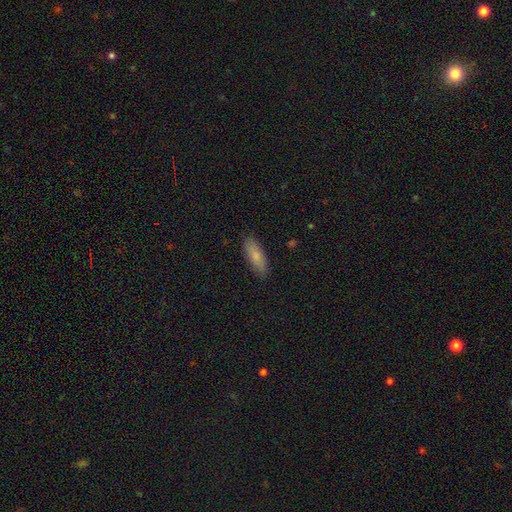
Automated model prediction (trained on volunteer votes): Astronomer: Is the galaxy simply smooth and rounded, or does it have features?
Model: smooth — 81%.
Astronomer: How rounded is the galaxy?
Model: in between — 62%.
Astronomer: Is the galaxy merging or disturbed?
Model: none — 87%.